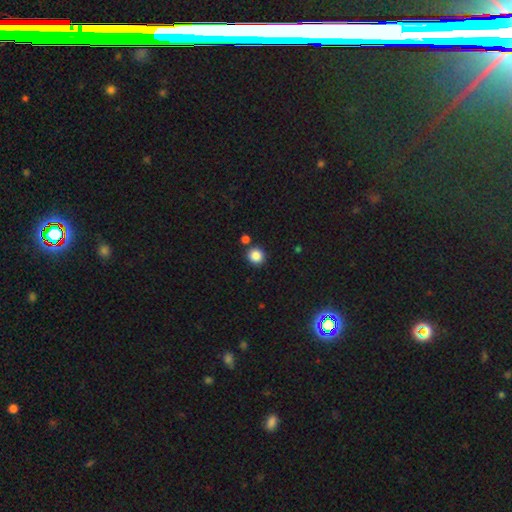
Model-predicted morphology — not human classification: Smooth or featured: smooth — 86% (star or artifact — 10%)
How rounded: round — 91% (in between — 8%)
Merging: none — 84% (merger — 7%)